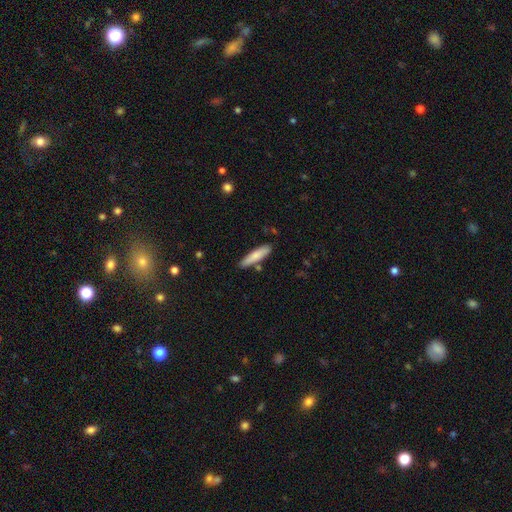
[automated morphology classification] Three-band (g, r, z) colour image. It shows a smooth galaxy with no disk features (76%) that is cigar-shaped (81%). Merging: none (83%).